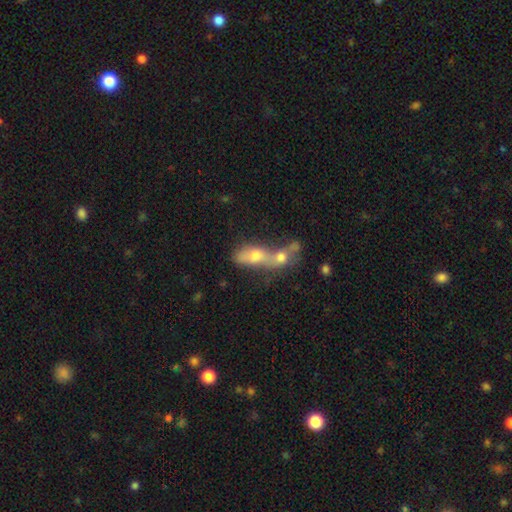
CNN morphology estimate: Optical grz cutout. It shows a smooth galaxy with no disk features (58%) that is in between round and cigar-shaped (64%). Merging: merger (76%).